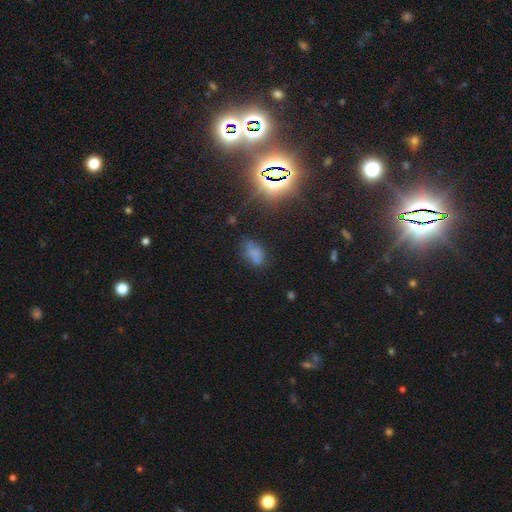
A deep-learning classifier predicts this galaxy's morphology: smooth_or_featured: smooth (p=0.49) [alt: star or artifact p=0.36]
merging: none (p=0.57) [alt: minor disturbance p=0.24]